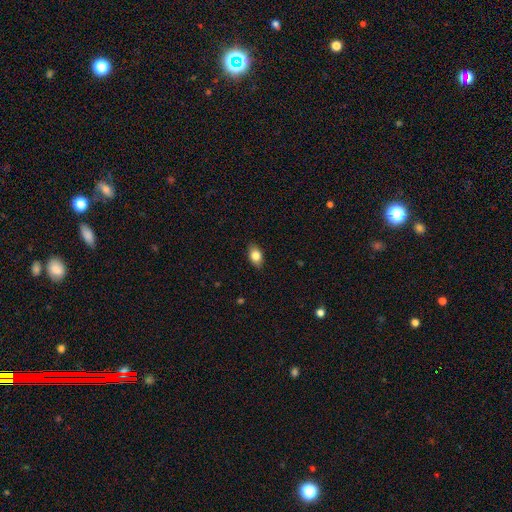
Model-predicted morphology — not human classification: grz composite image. It shows a smooth galaxy with no disk features (82%) that is in between round and cigar-shaped (86%). Merging: none (87%).